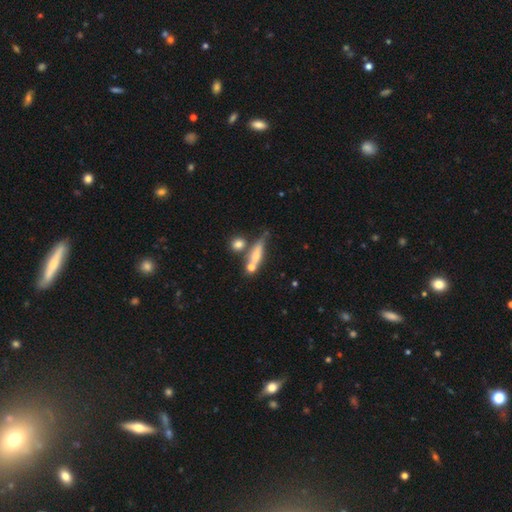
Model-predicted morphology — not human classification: Q: Smooth or featured?
A: smooth (57%); runner-up: featured or disk (33%)
Q: How rounded?
A: cigar-shaped (62%); runner-up: in between (30%)
Q: Merging?
A: none (49%); runner-up: merger (24%)